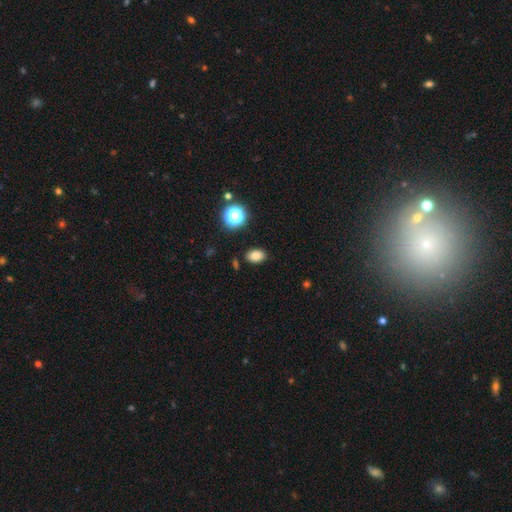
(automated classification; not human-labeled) A smooth galaxy with no disk features (81%) that is in between round and cigar-shaped (78%).

Vote fractions:
- Smooth or featured? smooth: 81% / star or artifact: 13% / featured or disk: 6%
- How rounded? in between: 78% / round: 21% / cigar-shaped: 1%
- Merging? none: 86% / minor disturbance: 9% / major disturbance: 3% / merger: 2%